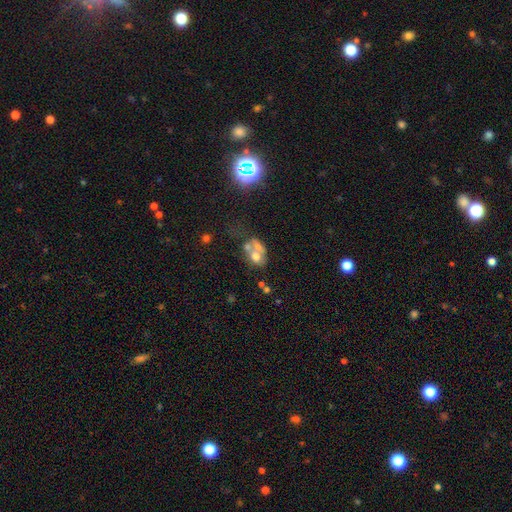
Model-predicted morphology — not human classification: This is possibly a smooth galaxy (53%). How rounded: likely in between (67%). Merging: possibly merger (54%).